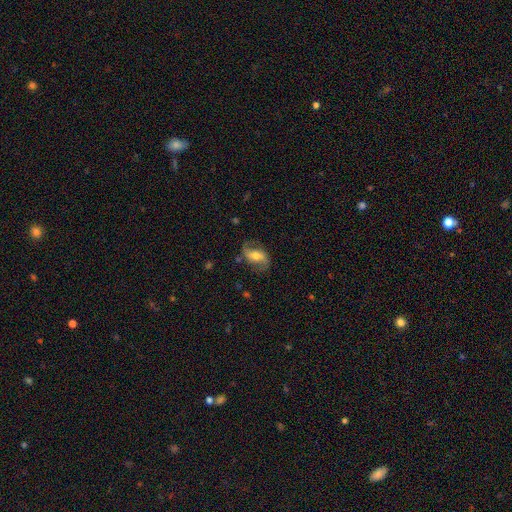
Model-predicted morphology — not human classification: This is likely a featured or disk galaxy (70%). It is clearly not viewed edge-on (95%). Bar: marginally weak (38%). Spiral arm pattern: clearly yes (90%). Spiral arm count: clearly 2 (89%). Spiral winding: possibly loose (55%). Central bulge: possibly moderate (57%). Merging: likely none (72%).